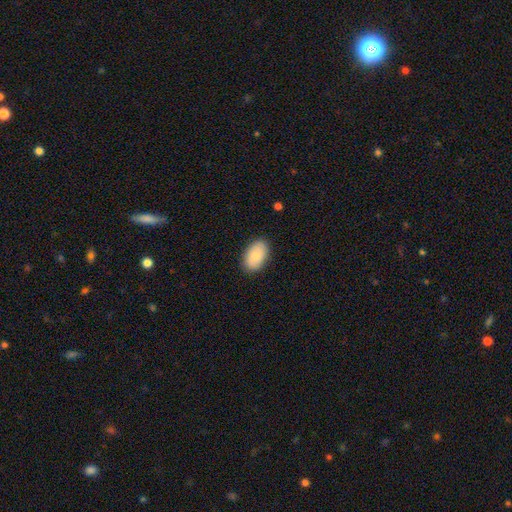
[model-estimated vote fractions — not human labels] This is clearly a smooth galaxy (86%). How rounded: clearly in between (94%). Merging: clearly none (87%).